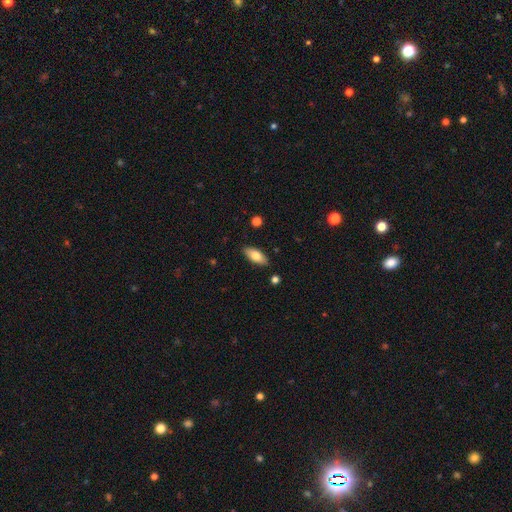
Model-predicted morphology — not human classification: This is likely a smooth galaxy (75%). How rounded: clearly in between (84%). Merging: clearly none (88%).